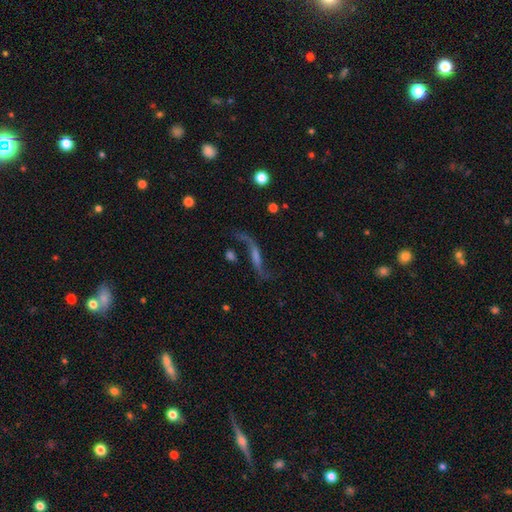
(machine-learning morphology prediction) Overall: featured or disk (77%). Edge-on disk: no (83%). Bar: weak (38%; no 32%). Spiral arms: yes (91%). Spiral arm count: 2 (90%). Spiral winding: loose (93%). Bulge size: none (47%; small 29%). Merging: none (62%).